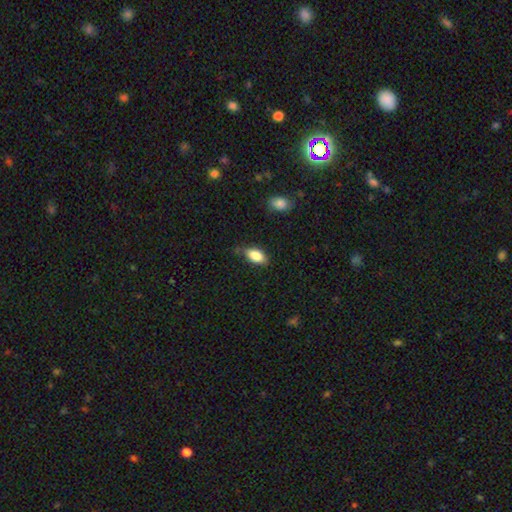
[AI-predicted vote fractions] smooth-or-featured: smooth: 84% | featured or disk: 9% | star or artifact: 7%
  how-rounded: in between: 91% | cigar-shaped: 5% | round: 4%
  merging: none: 69% | minor disturbance: 24% | major disturbance: 5% | merger: 2%